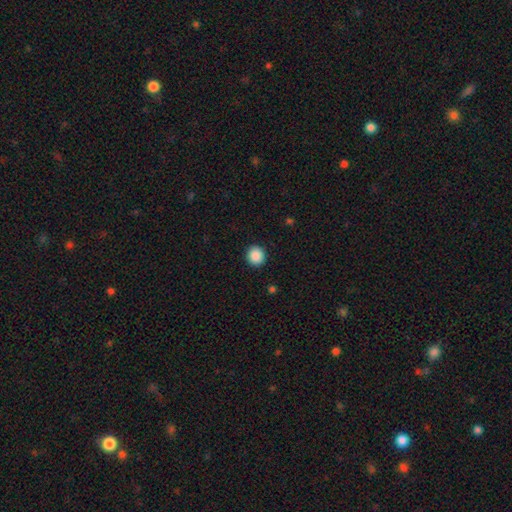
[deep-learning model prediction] A smooth galaxy with no disk features (89%) that is round (90%).

Vote fractions:
- Smooth or featured? smooth: 89% / star or artifact: 9% / featured or disk: 3%
- How rounded? round: 90% / in between: 10% / cigar-shaped: 1%
- Merging? none: 91% / minor disturbance: 6% / major disturbance: 2% / merger: 1%